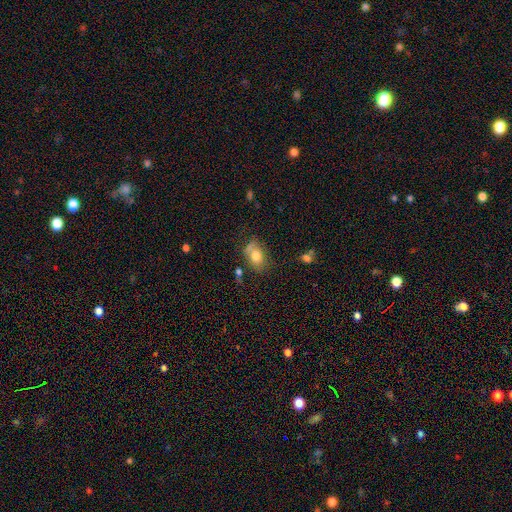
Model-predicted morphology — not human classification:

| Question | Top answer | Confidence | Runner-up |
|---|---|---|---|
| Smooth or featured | smooth | 75% | featured or disk (15%) |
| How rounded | in between | 72% | round (27%) |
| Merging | none | 53% | minor disturbance (26%) |